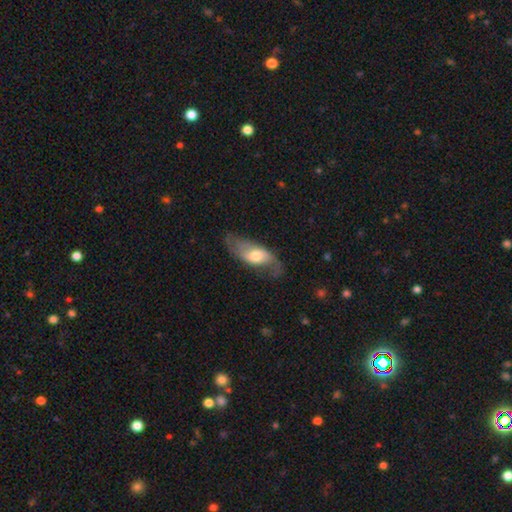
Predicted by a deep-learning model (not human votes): This appears to be a featured or disk galaxy (53%). Merging: none (54%).